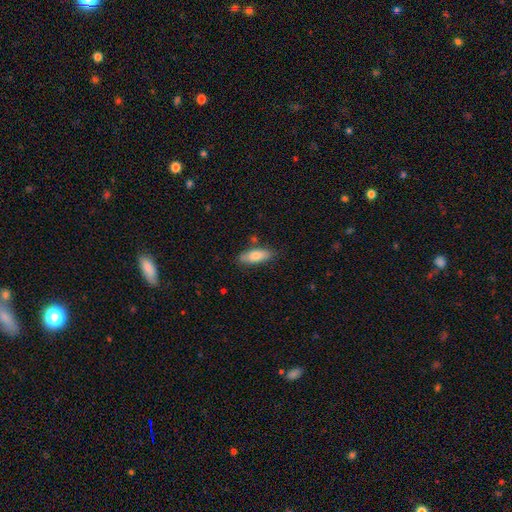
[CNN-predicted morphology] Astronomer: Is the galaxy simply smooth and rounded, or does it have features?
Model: smooth — 79%.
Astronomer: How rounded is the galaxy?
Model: in between — 71%.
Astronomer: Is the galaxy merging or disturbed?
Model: none — 79%.